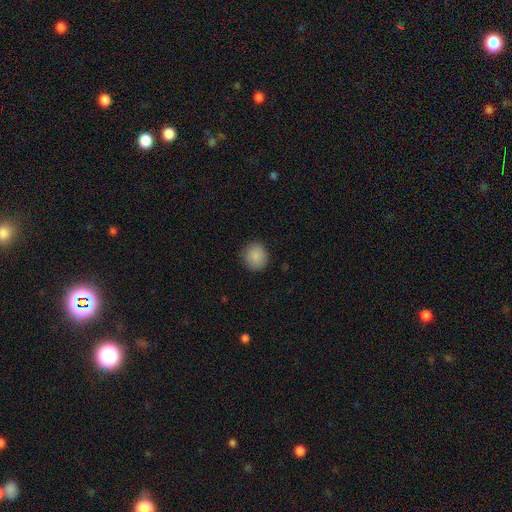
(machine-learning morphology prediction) Overall: smooth (88%). How rounded: round (88%). Merging: none (89%).